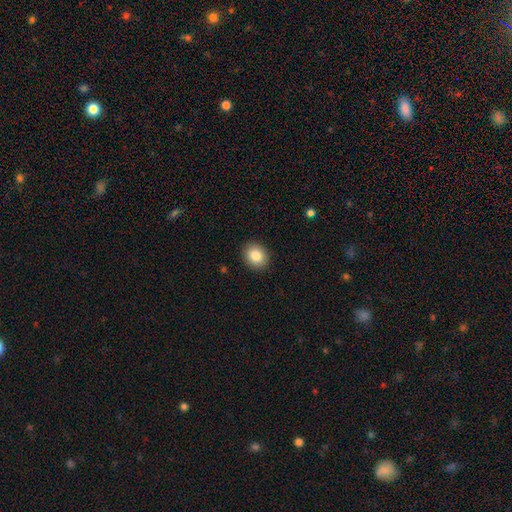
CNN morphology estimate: smooth 84%, star or artifact 9%, featured or disk 7%. Down the decision tree: how rounded — round (57%); merging — none (91%).